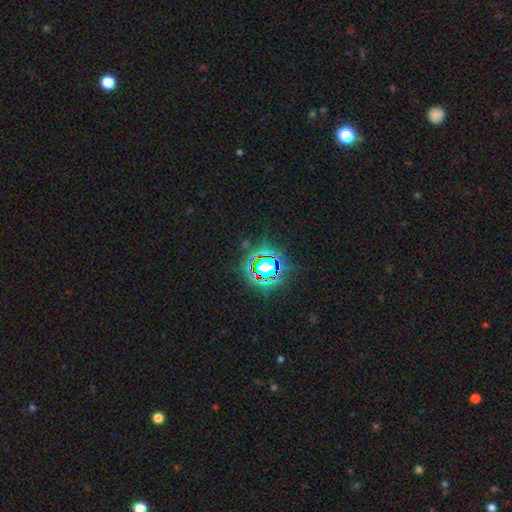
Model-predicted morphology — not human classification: smooth_or_featured: star or artifact (p=0.81) [alt: smooth p=0.12]